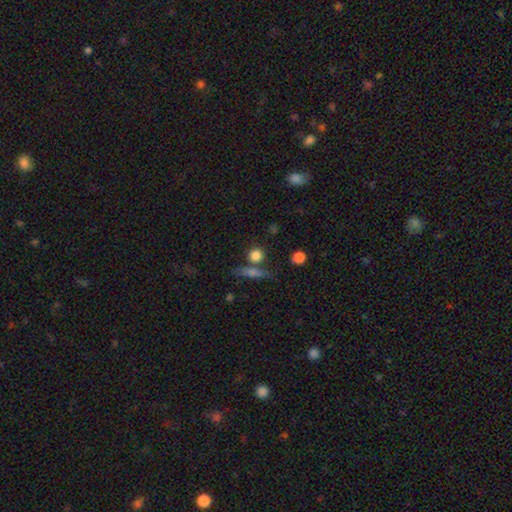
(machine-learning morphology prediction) Q: Smooth or featured?
A: smooth (81%); runner-up: star or artifact (11%)
Q: How rounded?
A: round (82%); runner-up: in between (12%)
Q: Merging?
A: none (70%); runner-up: merger (17%)